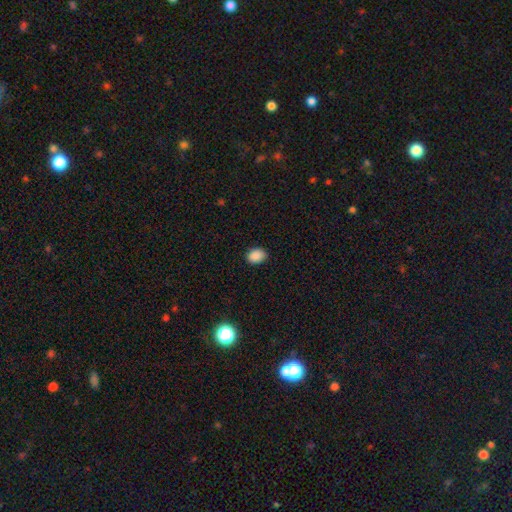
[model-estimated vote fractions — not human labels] A smooth galaxy with no disk features (88%) that is in between round and cigar-shaped (66%). Merging: none (88%).